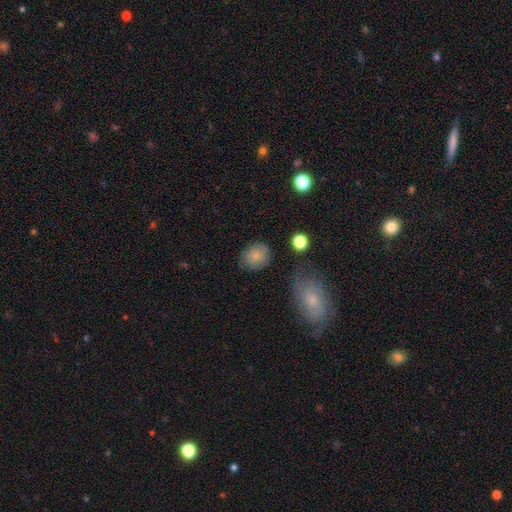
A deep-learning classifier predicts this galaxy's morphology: Smooth or featured? smooth (82%)
How rounded? round (61%)
Merging? none (77%)